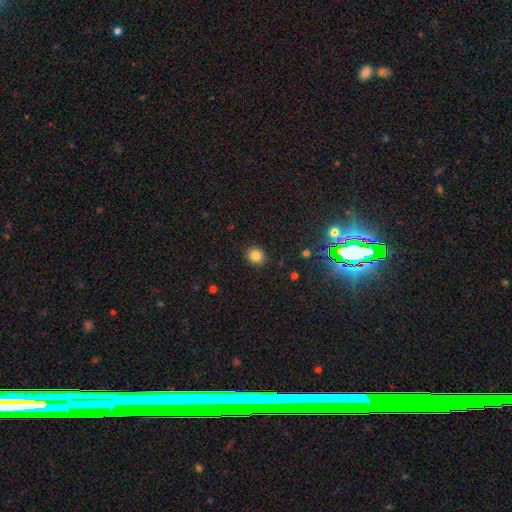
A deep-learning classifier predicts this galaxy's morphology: Smooth or featured? smooth (82%)
How rounded? round (79%)
Merging? none (90%)